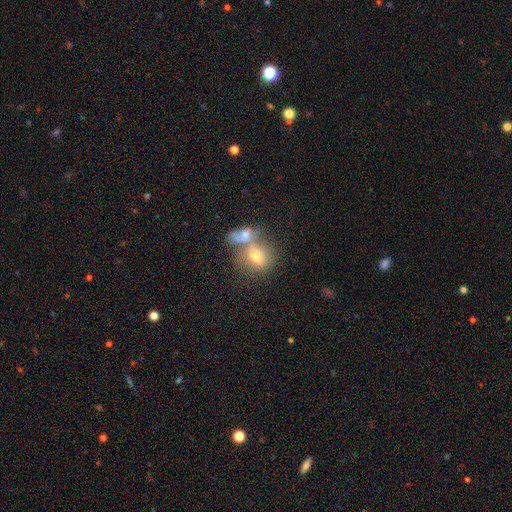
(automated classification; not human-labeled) This appears to be a smooth galaxy with no disk features (65%) that is round (60%). Merging: merger (52%).